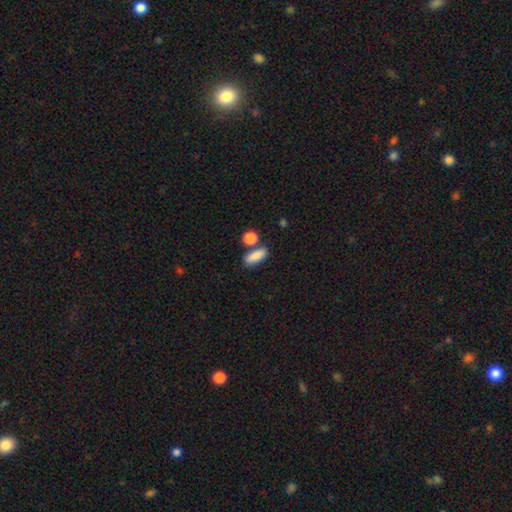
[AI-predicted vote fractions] This appears to be a smooth galaxy with no disk features (85%) that is in between round and cigar-shaped (73%). Merging: none (66%).